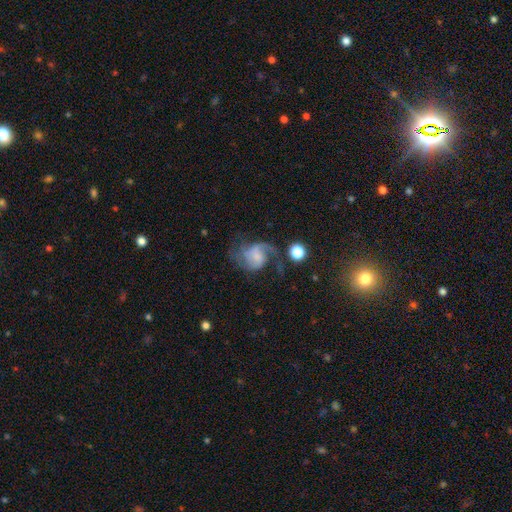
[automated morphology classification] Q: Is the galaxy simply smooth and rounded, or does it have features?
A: featured or disk — 74%.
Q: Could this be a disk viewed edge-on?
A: no — 98%.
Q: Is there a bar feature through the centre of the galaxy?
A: no — 56%.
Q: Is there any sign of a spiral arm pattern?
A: yes — 92%.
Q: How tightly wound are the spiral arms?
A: loose — 43%, tied with medium.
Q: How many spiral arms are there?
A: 2 — 65%.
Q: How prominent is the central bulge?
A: none — 38%.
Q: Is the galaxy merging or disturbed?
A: none — 40%.